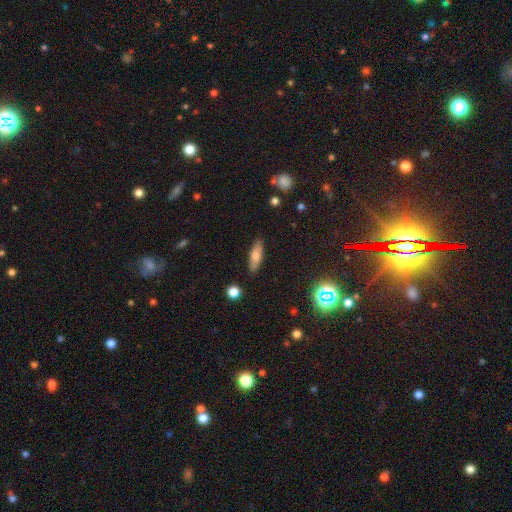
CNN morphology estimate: A smooth galaxy with no disk features (72%) that is in between round and cigar-shaped (53%).

Vote fractions:
- Smooth or featured? smooth: 72% / featured or disk: 20% / star or artifact: 8%
- How rounded? in between: 53% / cigar-shaped: 44% / round: 2%
- Merging? none: 86% / minor disturbance: 10% / major disturbance: 2% / merger: 2%